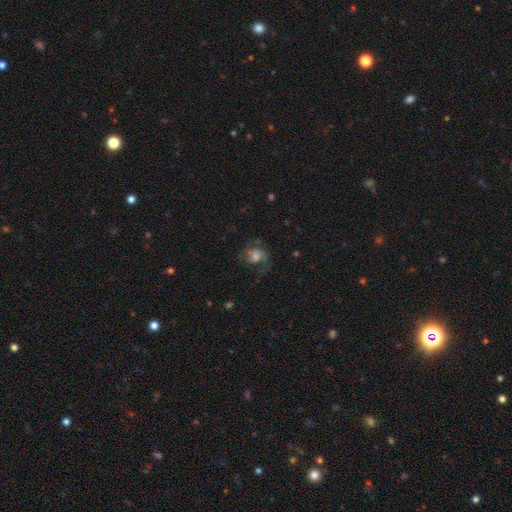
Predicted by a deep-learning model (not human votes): A featured or disk galaxy (55%) with no bar (61%), spiral arms (84%) and a moderate central bulge (41%).

Vote fractions:
- Smooth or featured? featured or disk: 55% / smooth: 34% / star or artifact: 11%
- Edge-on disk? no: 97% / yes: 3%
- Bar? no: 61% / weak: 33% / strong: 6%
- Spiral arms? yes: 84% / no: 16%
- Bulge size? moderate: 41% / large: 23% / small: 22% / none: 11% / dominant: 3%
- Merging? none: 53% / major disturbance: 25% / minor disturbance: 21% / merger: 2%